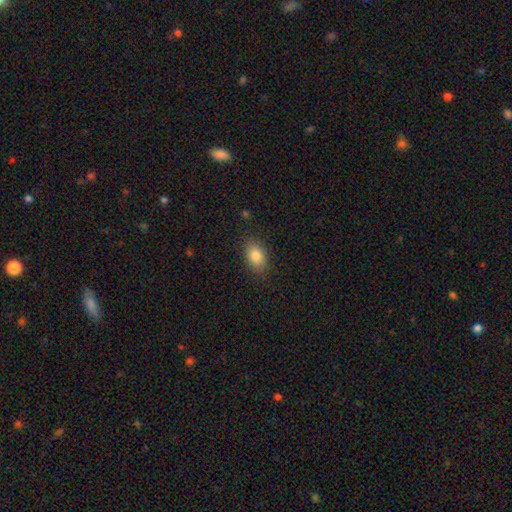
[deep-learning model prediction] Morphology: type=smooth (83%); roundness=in between (86%); merging=none (86%).